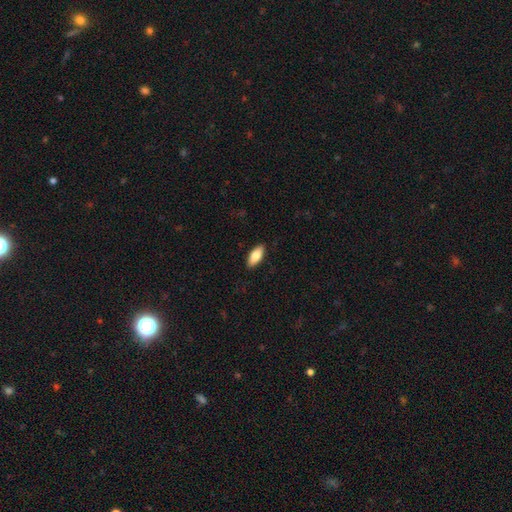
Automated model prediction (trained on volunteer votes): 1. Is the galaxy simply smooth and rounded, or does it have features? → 80% smooth, 14% featured or disk, 6% star or artifact.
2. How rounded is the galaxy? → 83% in between, 15% cigar-shaped, 2% round.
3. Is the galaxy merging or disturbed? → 89% none, 8% minor disturbance, 2% major disturbance, 1% merger.